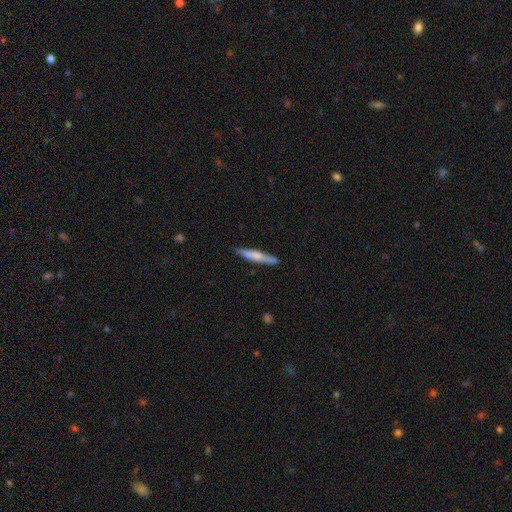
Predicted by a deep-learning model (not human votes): This is possibly a smooth galaxy (58%). How rounded: clearly cigar-shaped (93%). Merging: clearly none (87%).